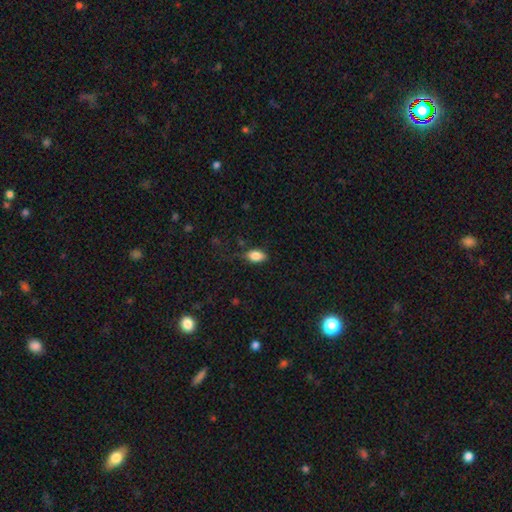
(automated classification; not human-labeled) Smooth or featured? Predicted: smooth (p=0.85). How rounded? Predicted: in between (p=0.90). Merging? Predicted: none (p=0.74).